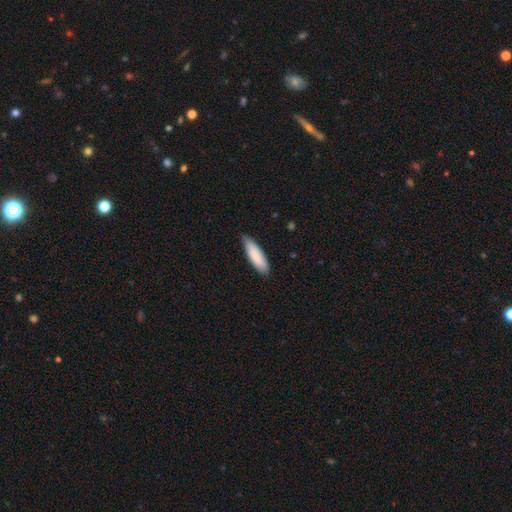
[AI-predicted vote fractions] Q: Smooth or featured?
A: smooth (85%); runner-up: featured or disk (10%)
Q: How rounded?
A: cigar-shaped (52%); runner-up: in between (46%)
Q: Merging?
A: none (80%); runner-up: minor disturbance (17%)